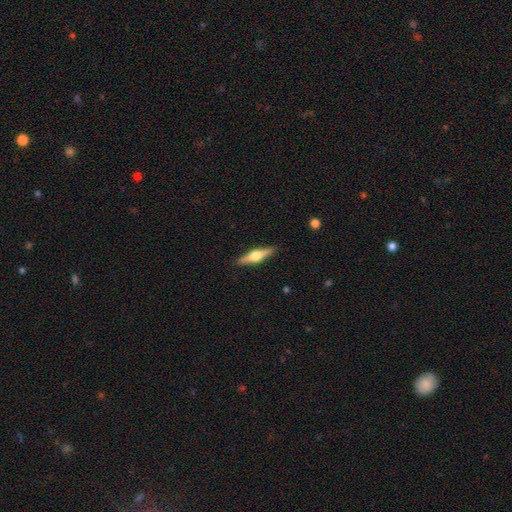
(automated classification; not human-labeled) Q: Smooth or featured?
A: featured or disk (61%); runner-up: smooth (33%)
Q: Edge-on disk?
A: yes (96%); runner-up: no (4%)
Q: Edge-on bulge?
A: rounded (93%); runner-up: boxy (5%)
Q: Merging?
A: none (90%); runner-up: minor disturbance (7%)